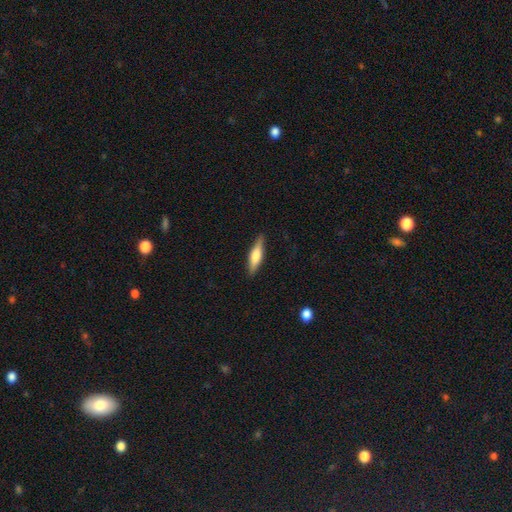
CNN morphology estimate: Q: Smooth or featured?
A: smooth (57%); runner-up: featured or disk (38%)
Q: How rounded?
A: cigar-shaped (73%); runner-up: in between (25%)
Q: Merging?
A: none (88%); runner-up: minor disturbance (9%)